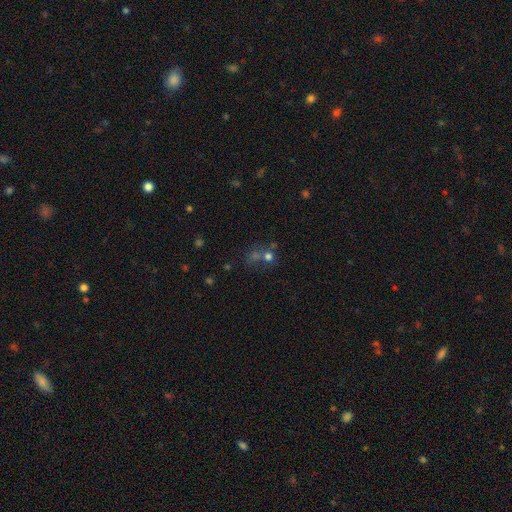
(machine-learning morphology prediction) Smooth or featured: smooth — 42% (star or artifact — 41%)
Merging: none — 46% (merger — 34%)